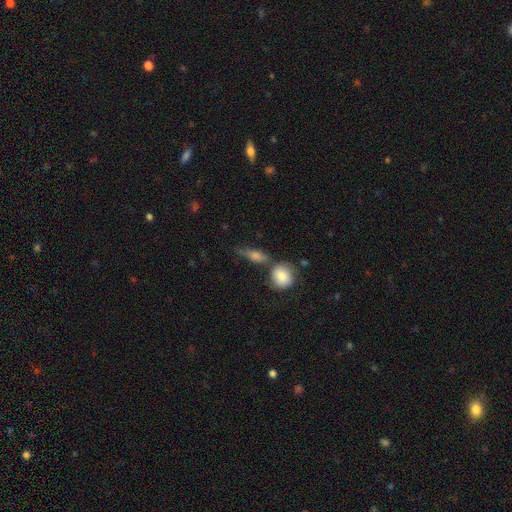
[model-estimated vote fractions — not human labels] This appears to be a smooth galaxy with no disk features (60%) that is in between round and cigar-shaped (45%). Merging: none (57%).